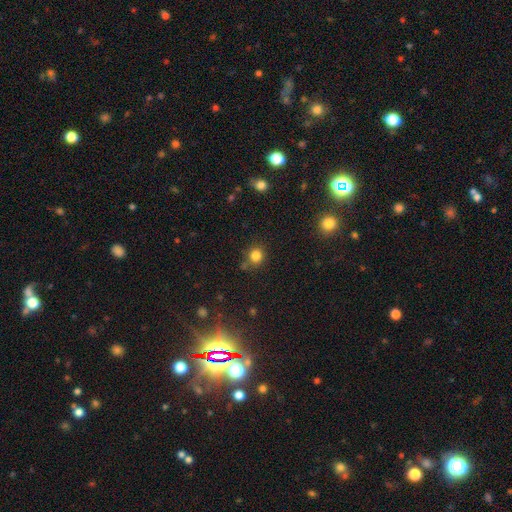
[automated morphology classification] type=smooth (82%); roundness=round (88%); merging=none (76%).